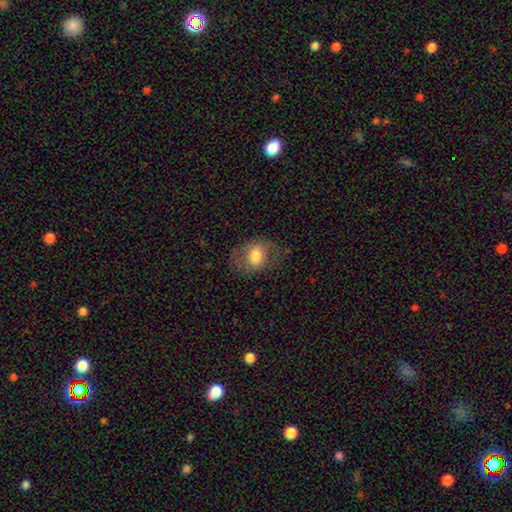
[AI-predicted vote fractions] Smooth or featured: smooth — 67% (featured or disk — 26%)
How rounded: in between — 64% (round — 35%)
Merging: none — 68% (minor disturbance — 19%)